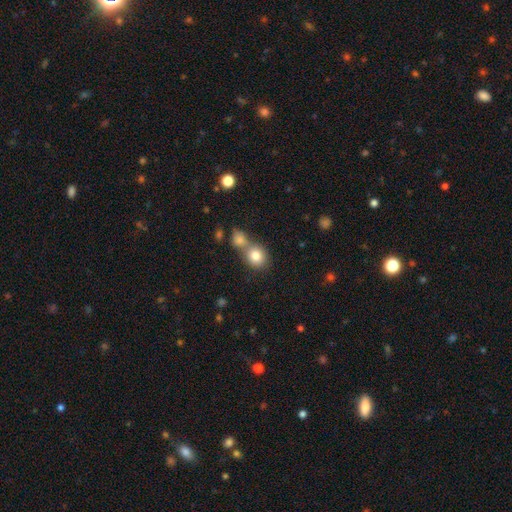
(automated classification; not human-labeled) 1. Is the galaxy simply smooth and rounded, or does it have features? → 82% smooth, 9% star or artifact, 8% featured or disk.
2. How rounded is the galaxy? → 80% round, 19% in between, 1% cigar-shaped.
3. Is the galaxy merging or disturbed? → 45% none, 44% merger, 8% minor disturbance, 3% major disturbance.